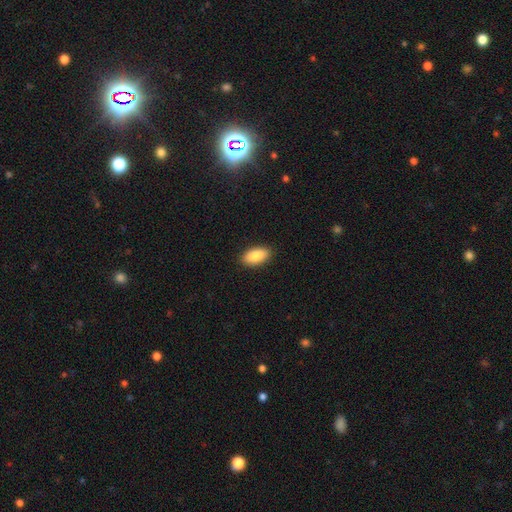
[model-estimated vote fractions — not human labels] This appears to be a smooth galaxy with no disk features (86%) that is in between round and cigar-shaped (93%). Merging: none (89%).